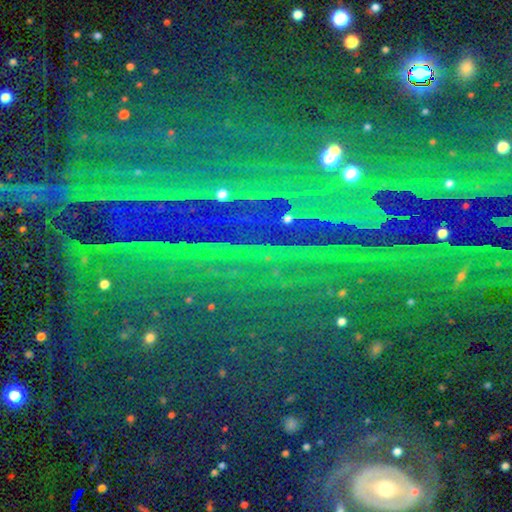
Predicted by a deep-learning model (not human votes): Smooth or featured? star or artifact (86%)